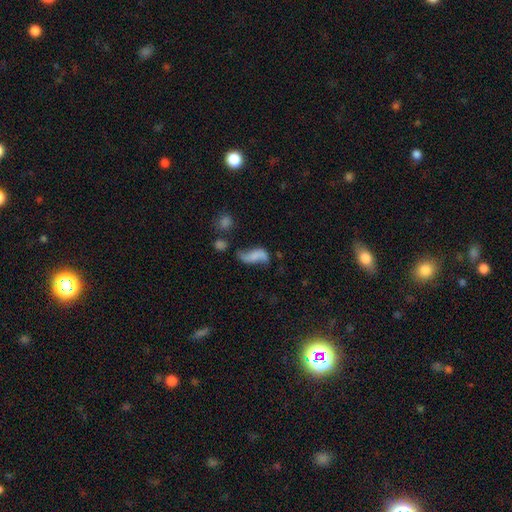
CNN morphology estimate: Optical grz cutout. It shows a featured or disk galaxy (52%). Merging: none (42%).